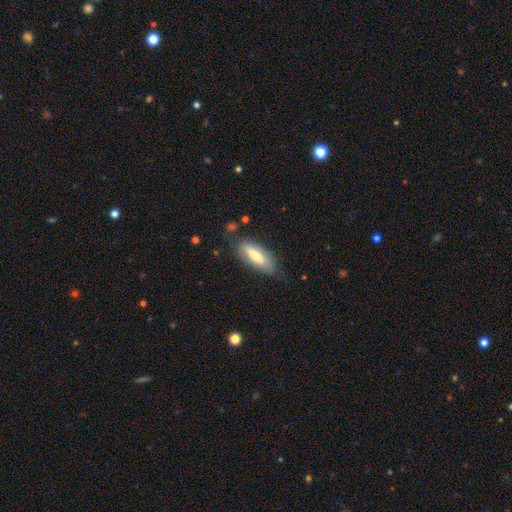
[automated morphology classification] This is likely a smooth galaxy (65%). How rounded: likely in between (60%). Merging: likely none (71%).